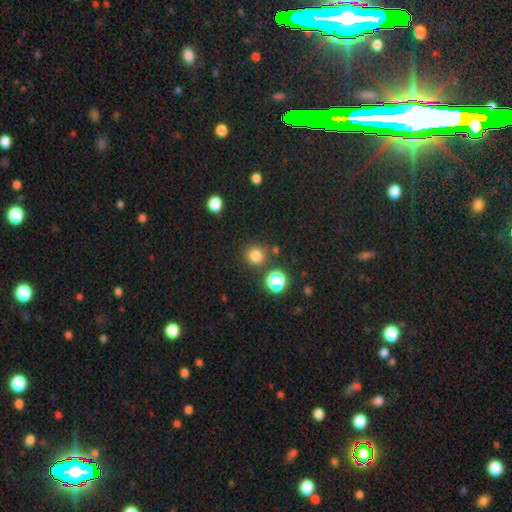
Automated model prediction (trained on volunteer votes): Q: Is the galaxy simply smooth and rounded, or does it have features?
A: smooth — 78%.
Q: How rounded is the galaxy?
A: round — 92%.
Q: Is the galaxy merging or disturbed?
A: none — 84%.